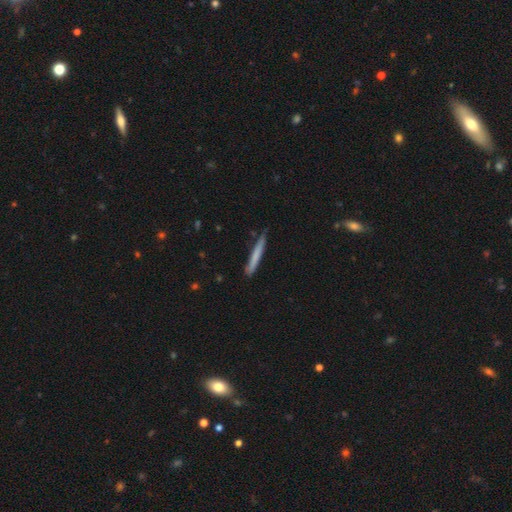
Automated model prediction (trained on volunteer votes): This is likely a smooth galaxy (70%). How rounded: clearly cigar-shaped (96%). Merging: clearly none (81%).